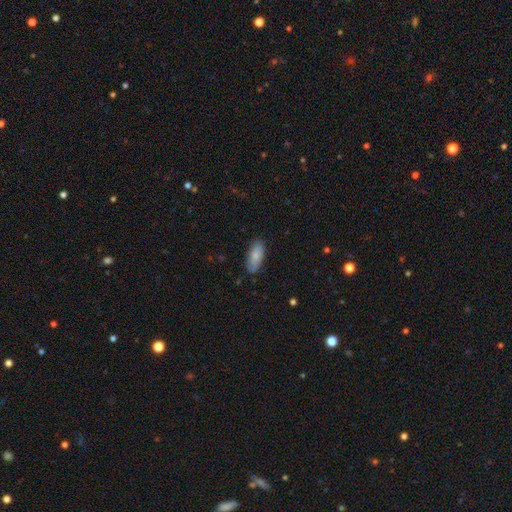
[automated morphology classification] smooth 85%, featured or disk 10%, star or artifact 6%. Down the decision tree: how rounded — in between (86%); merging — none (82%).